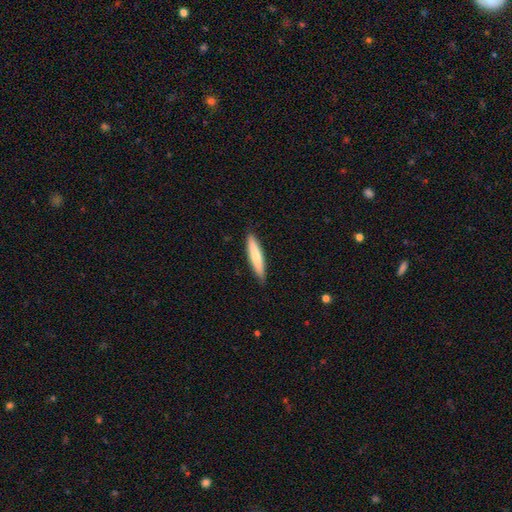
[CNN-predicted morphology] This appears to be a smooth galaxy with no disk features (70%) that is cigar-shaped (89%). Merging: none (88%).